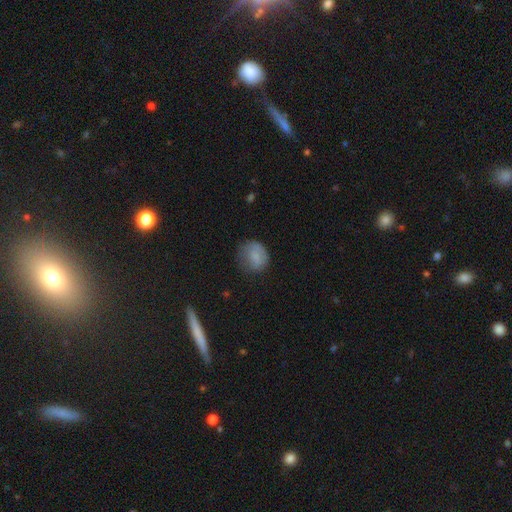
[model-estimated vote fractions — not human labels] smooth_or_featured: smooth (p=0.77) [alt: featured or disk p=0.15]
how_rounded: round (p=0.63) [alt: in between p=0.35]
merging: none (p=0.60) [alt: minor disturbance p=0.27]